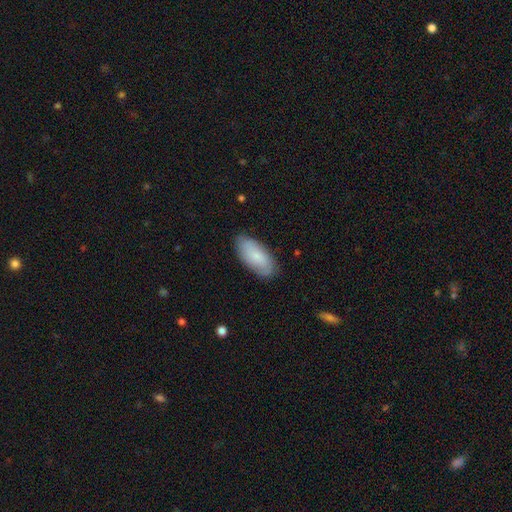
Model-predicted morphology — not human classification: Smooth or featured?
  - smooth: 73% *
  - featured or disk: 21%
  - star or artifact: 6%
How rounded?
  - in between: 90% *
  - cigar-shaped: 8%
  - round: 2%
Merging?
  - none: 83% *
  - minor disturbance: 13%
  - major disturbance: 3%
  - merger: 1%